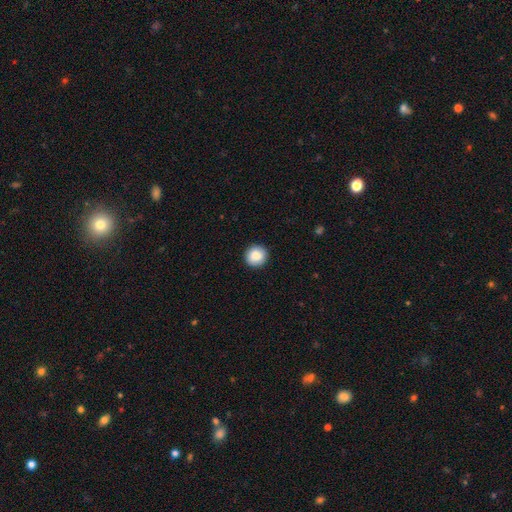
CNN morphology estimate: Overall: smooth (87%). How rounded: round (94%). Merging: none (92%).